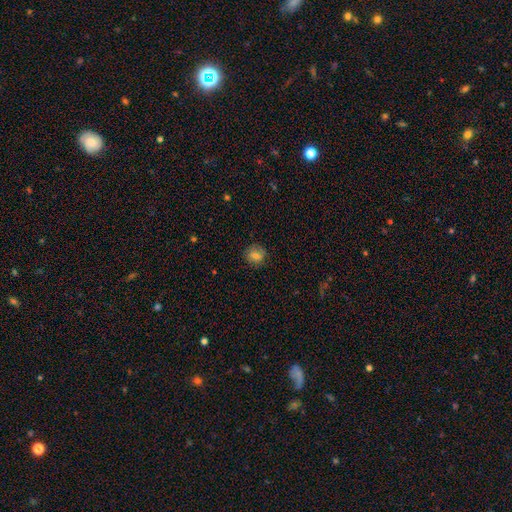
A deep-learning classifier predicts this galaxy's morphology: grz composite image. It shows a smooth galaxy with no disk features (73%) that is round (79%). Merging: none (85%).